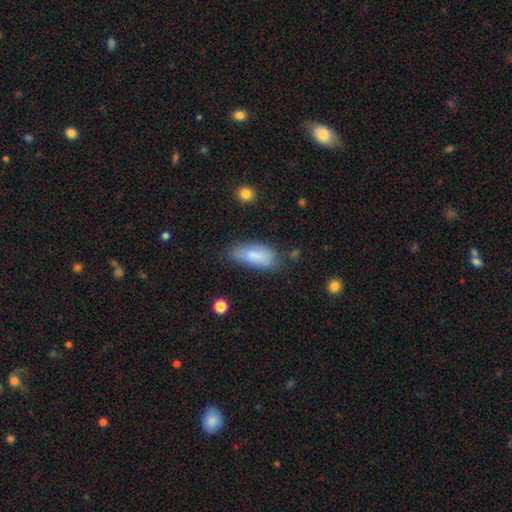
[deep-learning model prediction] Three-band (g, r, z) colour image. It shows a smooth galaxy with no disk features (81%) that is in between round and cigar-shaped (85%). Merging: none (62%).